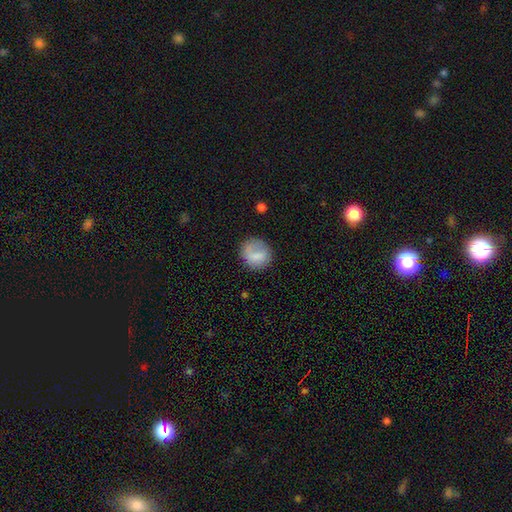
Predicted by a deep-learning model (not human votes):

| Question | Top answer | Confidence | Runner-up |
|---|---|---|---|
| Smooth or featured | smooth | 75% | featured or disk (18%) |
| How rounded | round | 82% | in between (17%) |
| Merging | none | 66% | minor disturbance (20%) |